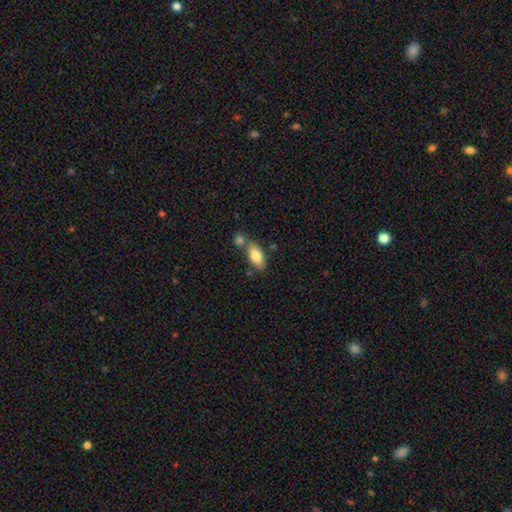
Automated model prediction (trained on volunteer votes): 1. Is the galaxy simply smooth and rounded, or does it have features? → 81% smooth, 12% featured or disk, 7% star or artifact.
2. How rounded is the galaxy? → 86% in between, 11% cigar-shaped, 3% round.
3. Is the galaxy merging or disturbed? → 58% none, 26% merger, 13% minor disturbance, 4% major disturbance.